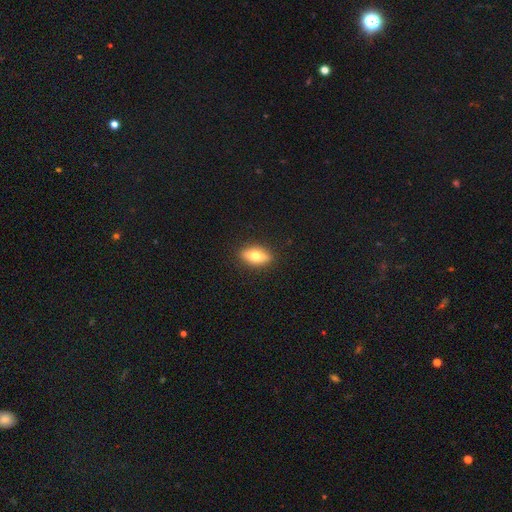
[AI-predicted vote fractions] Smooth or featured? Predicted: smooth (p=0.65). How rounded? Predicted: in between (p=0.81). Merging? Predicted: none (p=0.89).